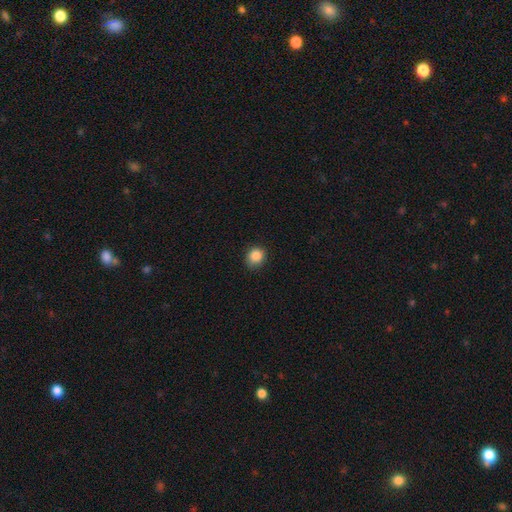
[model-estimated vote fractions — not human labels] Q: Smooth or featured?
A: smooth (86%); runner-up: star or artifact (10%)
Q: How rounded?
A: round (79%); runner-up: in between (20%)
Q: Merging?
A: none (79%); runner-up: minor disturbance (17%)